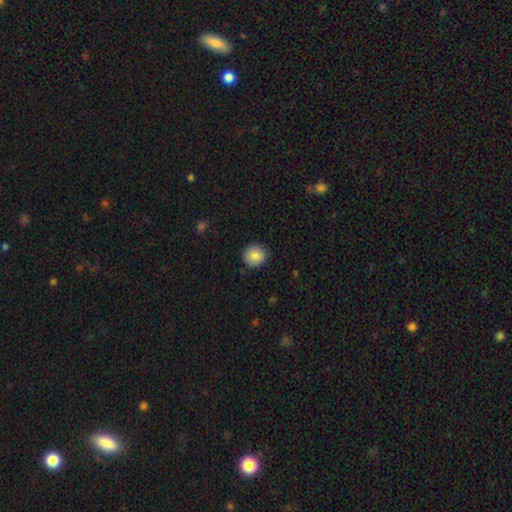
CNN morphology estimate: Smooth or featured? Predicted: smooth (p=0.86). How rounded? Predicted: round (p=0.87). Merging? Predicted: none (p=0.88).